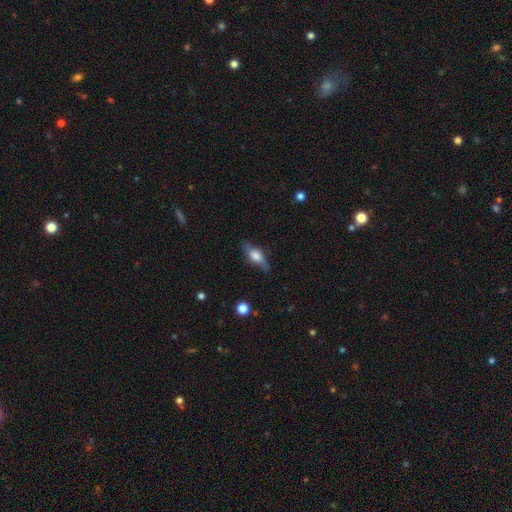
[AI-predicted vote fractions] smooth-or-featured: smooth: 59% | featured or disk: 34% | star or artifact: 8%
  how-rounded: in between: 72% | cigar-shaped: 22% | round: 5%
  merging: none: 69% | minor disturbance: 23% | major disturbance: 6% | merger: 2%